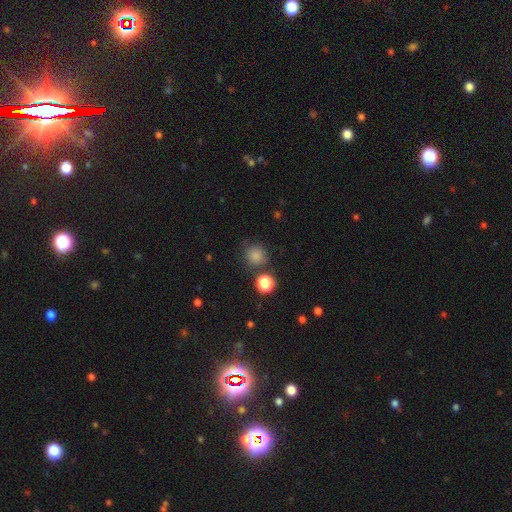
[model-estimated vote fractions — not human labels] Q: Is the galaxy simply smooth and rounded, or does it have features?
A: smooth — 81%.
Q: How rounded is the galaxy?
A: round — 90%.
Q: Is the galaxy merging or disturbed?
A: none — 77%.